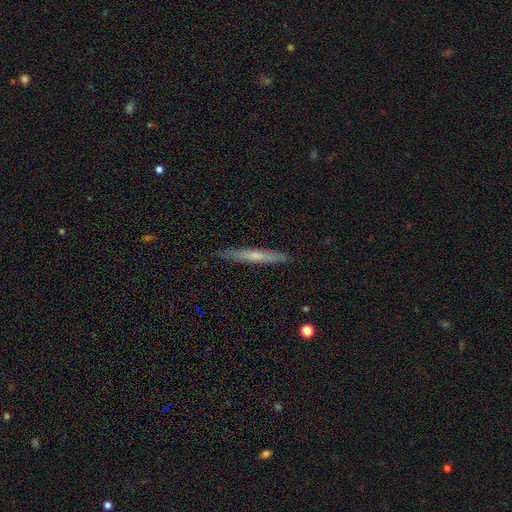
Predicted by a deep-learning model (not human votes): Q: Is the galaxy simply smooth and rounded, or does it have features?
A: smooth — 50%.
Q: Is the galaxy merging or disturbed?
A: none — 88%.